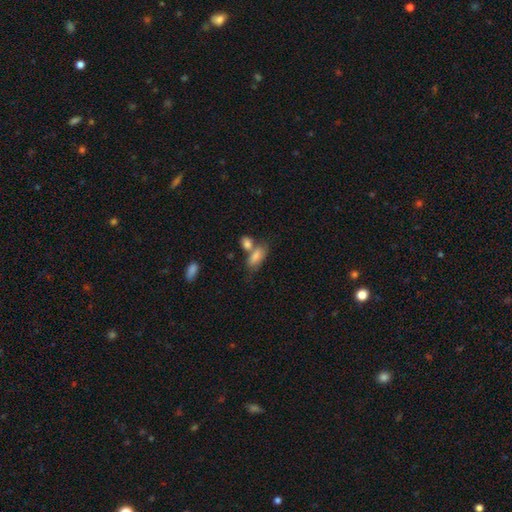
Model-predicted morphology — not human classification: A smooth galaxy with no disk features (81%) that is in between round and cigar-shaped (87%). Merging: merger (42%).